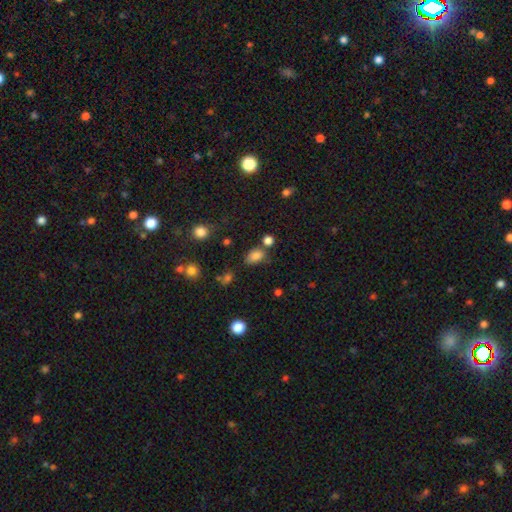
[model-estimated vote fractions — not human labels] Q: Smooth or featured?
A: smooth (80%); runner-up: star or artifact (14%)
Q: How rounded?
A: in between (81%); runner-up: round (17%)
Q: Merging?
A: none (60%); runner-up: minor disturbance (19%)